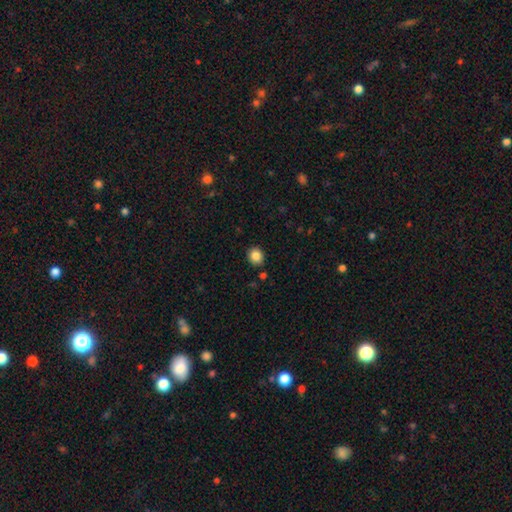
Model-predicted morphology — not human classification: smooth 86%, star or artifact 10%, featured or disk 5%. Down the decision tree: how rounded — round (82%); merging — none (89%).